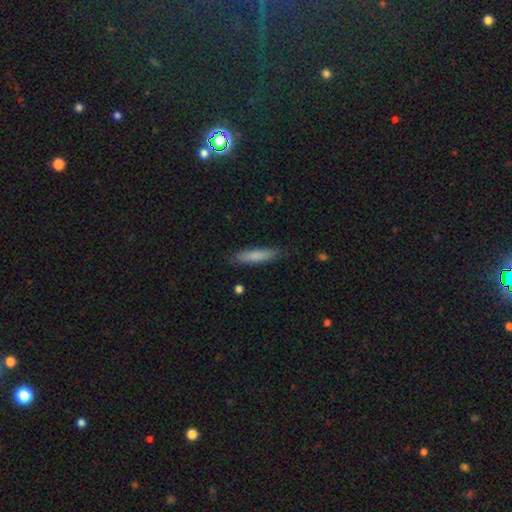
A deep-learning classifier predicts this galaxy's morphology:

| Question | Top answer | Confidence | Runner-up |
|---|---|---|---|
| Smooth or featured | smooth | 80% | featured or disk (14%) |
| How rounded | cigar-shaped | 82% | in between (16%) |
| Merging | none | 85% | minor disturbance (11%) |